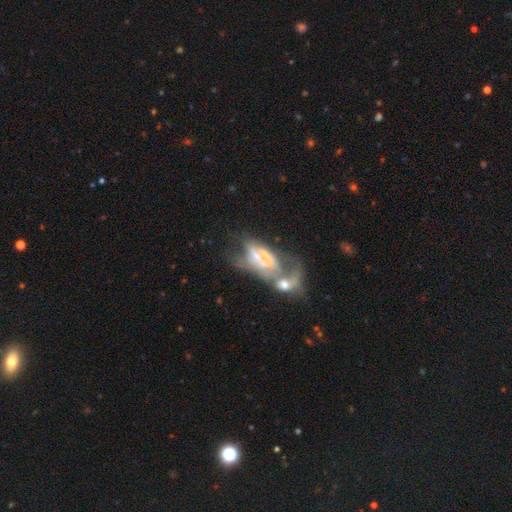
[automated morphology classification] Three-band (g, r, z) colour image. It shows a featured or disk galaxy (59%) with no bar (75%), no spiral arms (64%) and a small central bulge (35%). Merging: merger (63%).